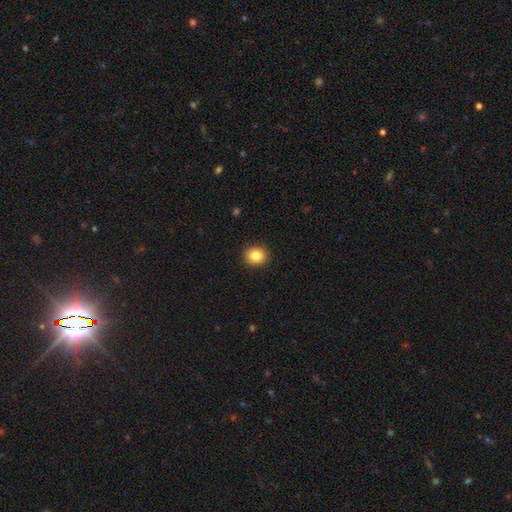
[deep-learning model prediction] Q: Smooth or featured?
A: smooth (85%); runner-up: star or artifact (10%)
Q: How rounded?
A: round (76%); runner-up: in between (23%)
Q: Merging?
A: none (92%); runner-up: minor disturbance (6%)